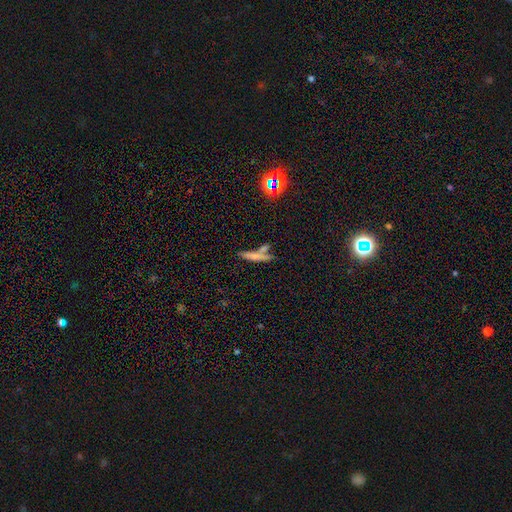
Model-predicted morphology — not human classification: smooth_or_featured: smooth (p=0.59) [alt: featured or disk p=0.28]
how_rounded: cigar-shaped (p=0.83) [alt: in between p=0.14]
merging: none (p=0.52) [alt: merger p=0.31]